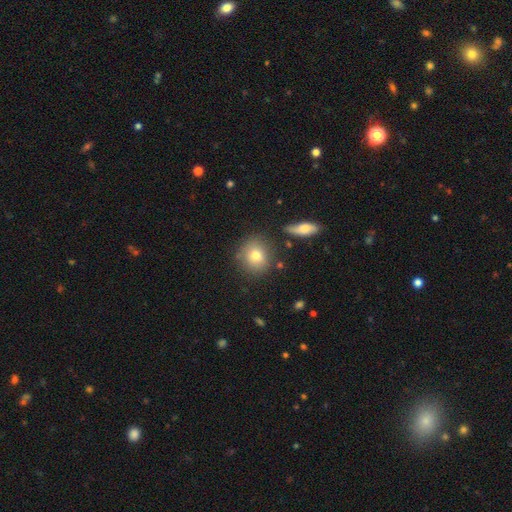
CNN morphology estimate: Overall: smooth (75%). How rounded: round (77%). Merging: none (78%).